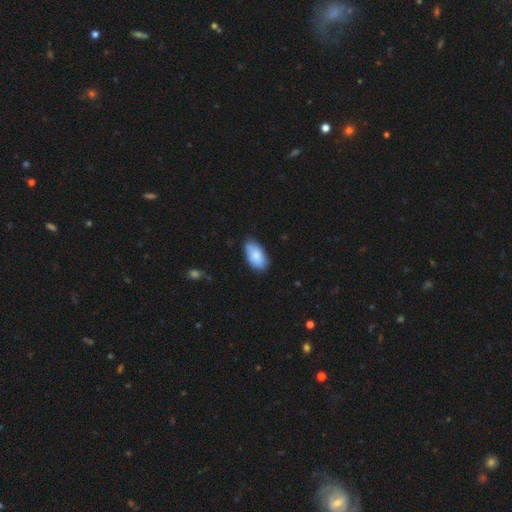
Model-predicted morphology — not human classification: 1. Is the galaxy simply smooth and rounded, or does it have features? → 85% smooth, 9% featured or disk, 6% star or artifact.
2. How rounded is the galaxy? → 94% in between, 3% round, 2% cigar-shaped.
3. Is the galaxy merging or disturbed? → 74% none, 22% minor disturbance, 3% major disturbance, 1% merger.